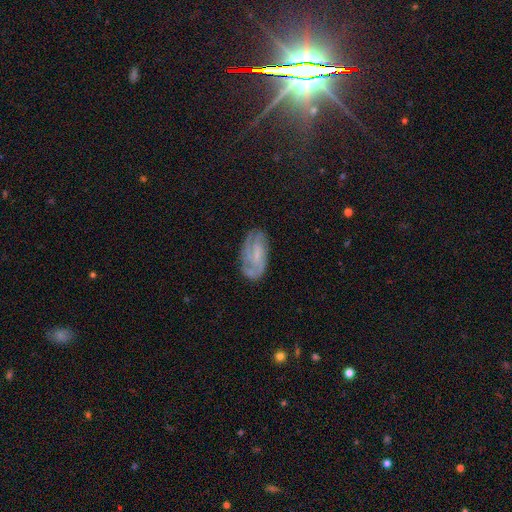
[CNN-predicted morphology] Overall: featured or disk (64%; smooth 26%). Edge-on disk: no (95%). Bar: no (47%; weak 42%). Spiral arms: yes (85%). Spiral arm count: can't tell (38%; 2 26%). Spiral winding: tight (46%; medium 38%). Bulge size: small (50%; none 28%). Merging: none (67%).